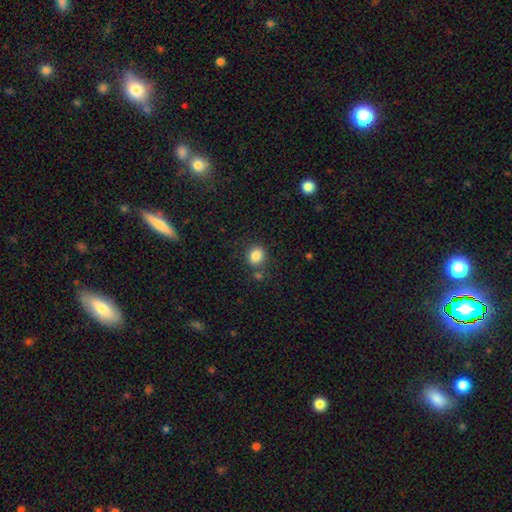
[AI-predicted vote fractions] Smooth or featured? Predicted: smooth (p=0.85). How rounded? Predicted: round (p=0.68). Merging? Predicted: none (p=0.76).